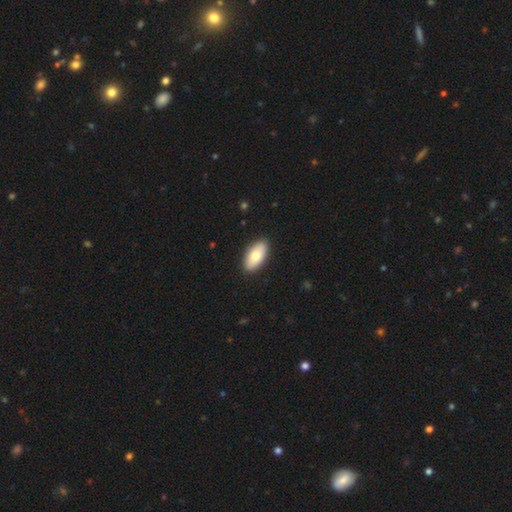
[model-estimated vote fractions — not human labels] A smooth galaxy with no disk features (77%) that is in between round and cigar-shaped (92%).

Vote fractions:
- Smooth or featured? smooth: 77% / featured or disk: 17% / star or artifact: 6%
- How rounded? in between: 92% / cigar-shaped: 5% / round: 2%
- Merging? none: 90% / minor disturbance: 8% / major disturbance: 2% / merger: 1%